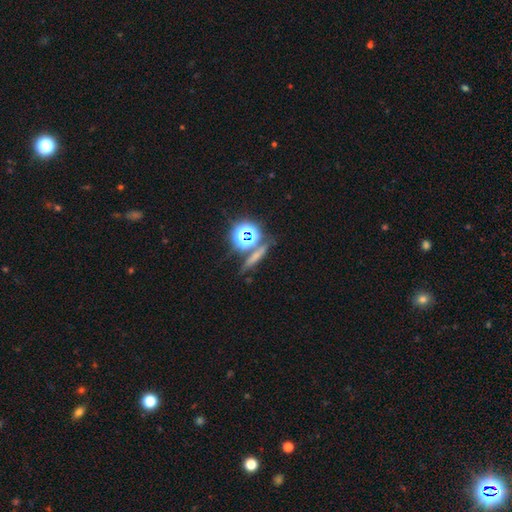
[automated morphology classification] Smooth or featured: smooth — 46% (star or artifact — 36%)
Merging: none — 71% (merger — 13%)